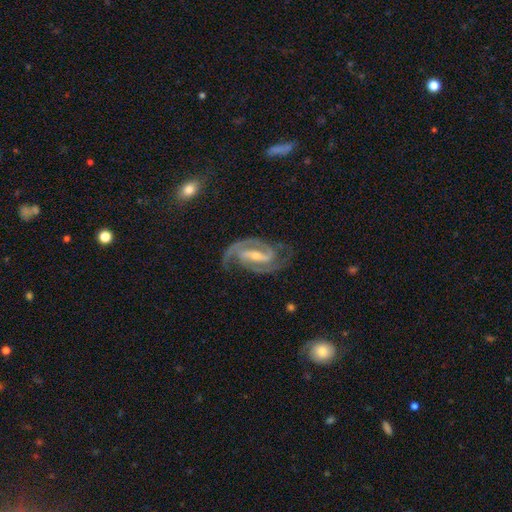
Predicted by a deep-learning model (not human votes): Smooth or featured: featured or disk — 93% (star or artifact — 4%)
Edge-on disk: no — 97% (yes — 3%)
Bar: strong — 59% (weak — 30%)
Spiral arms: yes — 98% (no — 2%)
Spiral winding: medium — 51% (tight — 39%)
Spiral arm count: 2 — 88% (3 — 5%)
Bulge size: small — 58% (moderate — 38%)
Merging: none — 77% (minor disturbance — 15%)